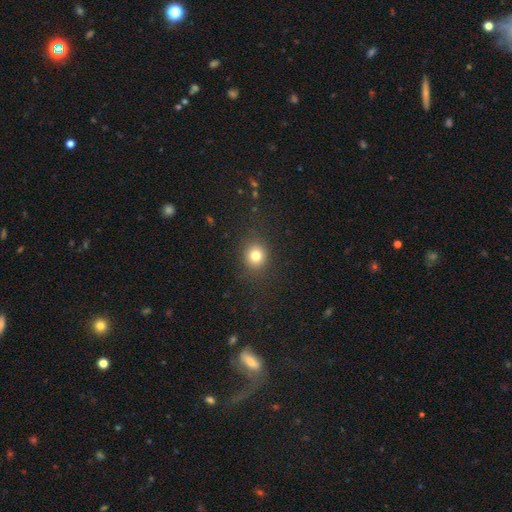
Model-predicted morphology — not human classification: A smooth galaxy with no disk features (79%) that is round (82%).

Vote fractions:
- Smooth or featured? smooth: 79% / star or artifact: 13% / featured or disk: 8%
- How rounded? round: 82% / in between: 17% / cigar-shaped: 1%
- Merging? none: 87% / minor disturbance: 8% / major disturbance: 4% / merger: 1%